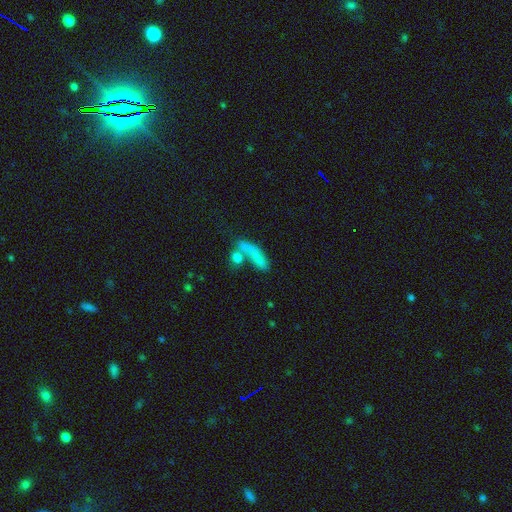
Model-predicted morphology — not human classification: A smooth galaxy with no disk features (70%) that is cigar-shaped (54%). Merging: merger (38%).